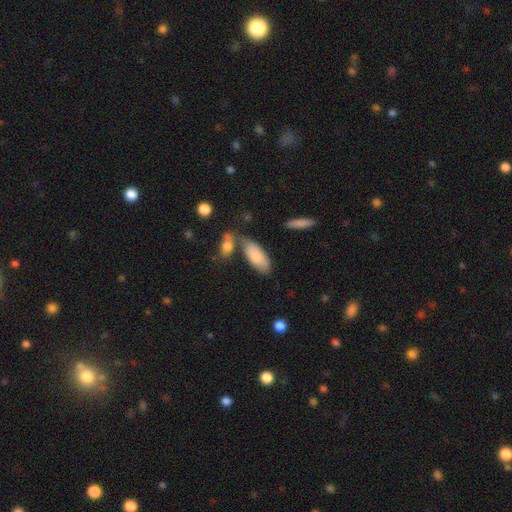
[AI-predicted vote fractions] Morphology: type=smooth (81%); roundness=in between (85%); merging=none (57%).